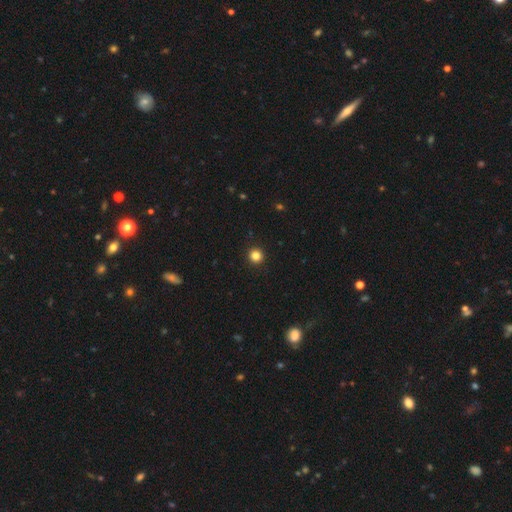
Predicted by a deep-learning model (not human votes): The model was most divided on "smooth or featured": smooth: 83%, star or artifact: 12%, featured or disk: 4%. More confident: how rounded — round (96%); merging — none (94%).